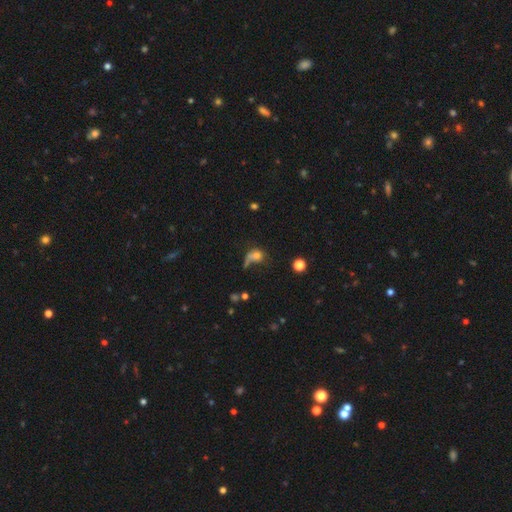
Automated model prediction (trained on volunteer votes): smooth_or_featured: smooth (p=0.64) [alt: featured or disk p=0.21]
how_rounded: in between (p=0.49) [alt: round p=0.47]
merging: major disturbance (p=0.37) [alt: none p=0.31]